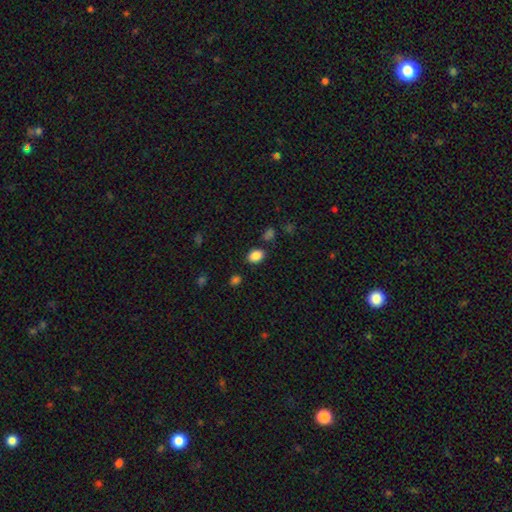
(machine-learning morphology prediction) Smooth or featured? smooth (87%)
How rounded? in between (78%)
Merging? none (82%)